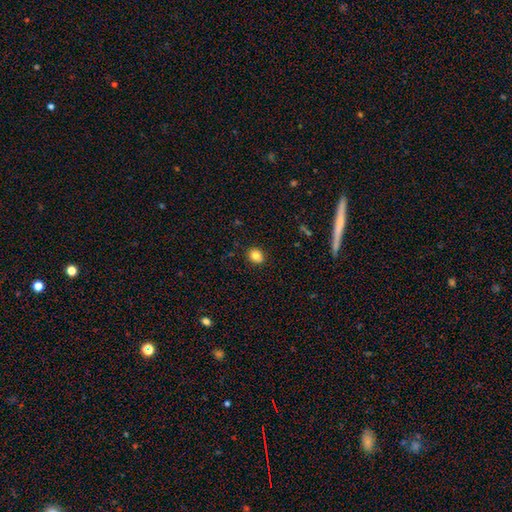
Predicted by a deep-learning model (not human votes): Overall: smooth (81%). How rounded: round (75%). Merging: none (83%).